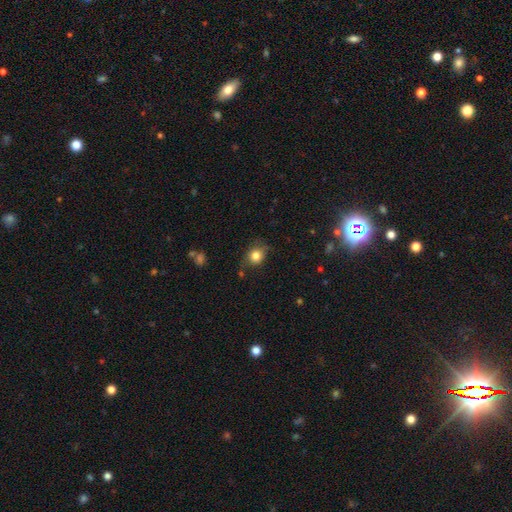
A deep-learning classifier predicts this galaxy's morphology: This is clearly a smooth galaxy (80%). How rounded: likely round (69%). Merging: likely none (65%).